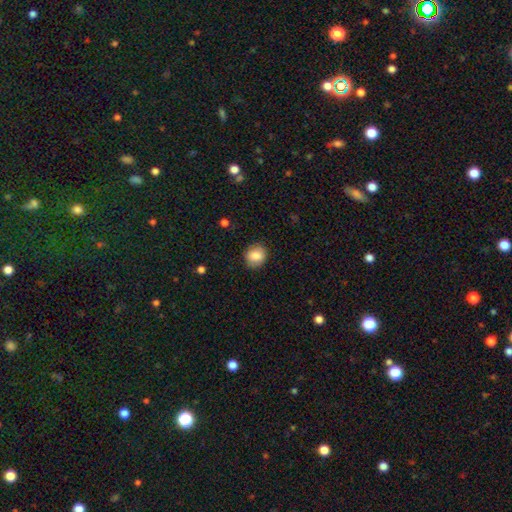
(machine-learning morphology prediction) Smooth or featured: smooth — 84% (star or artifact — 8%)
How rounded: round — 73% (in between — 26%)
Merging: none — 86% (minor disturbance — 10%)